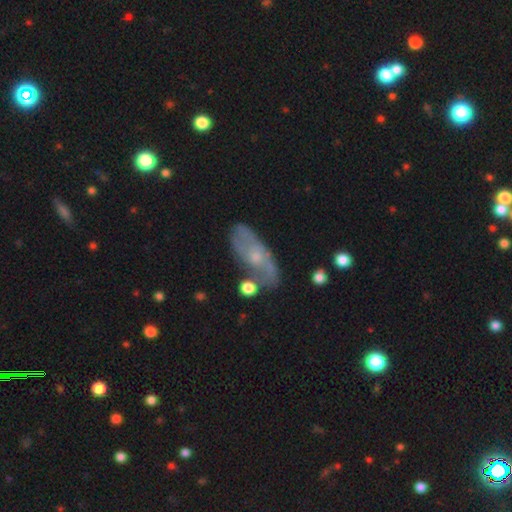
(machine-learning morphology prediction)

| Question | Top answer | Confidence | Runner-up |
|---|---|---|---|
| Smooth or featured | featured or disk | 55% | smooth (37%) |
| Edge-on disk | no | 83% | yes (17%) |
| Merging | none | 58% | minor disturbance (24%) |